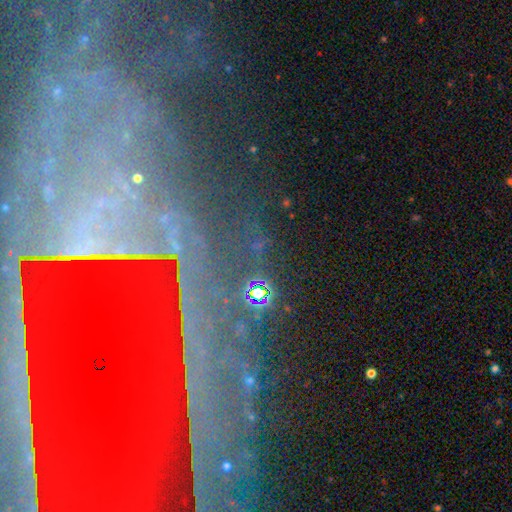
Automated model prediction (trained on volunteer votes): This is possibly a star or artifact rather than a galaxy (50%).